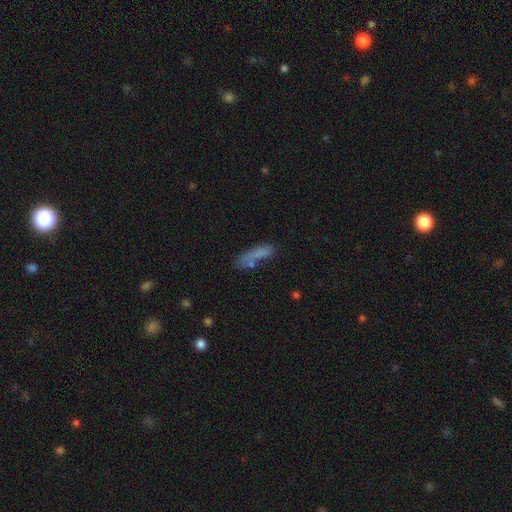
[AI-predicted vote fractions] smooth-or-featured: smooth: 72% | featured or disk: 15% | star or artifact: 13%
  how-rounded: cigar-shaped: 60% | in between: 37% | round: 3%
  merging: none: 52% | minor disturbance: 20% | merger: 16% | major disturbance: 12%